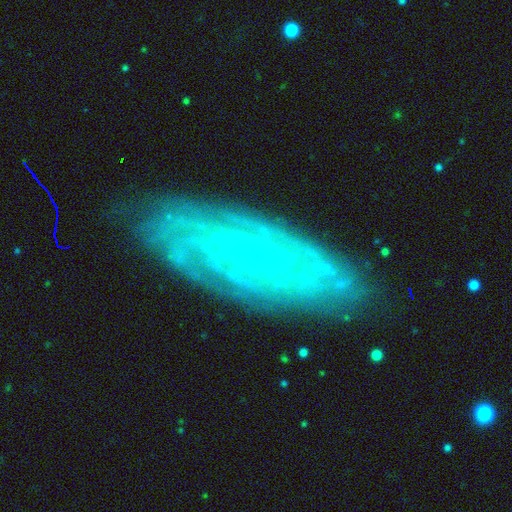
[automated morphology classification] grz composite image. It shows a featured or disk galaxy (84%) with no bar (61%), tight (79%) spiral arms (95%) and a small central bulge (87%). Merging: none (82%).